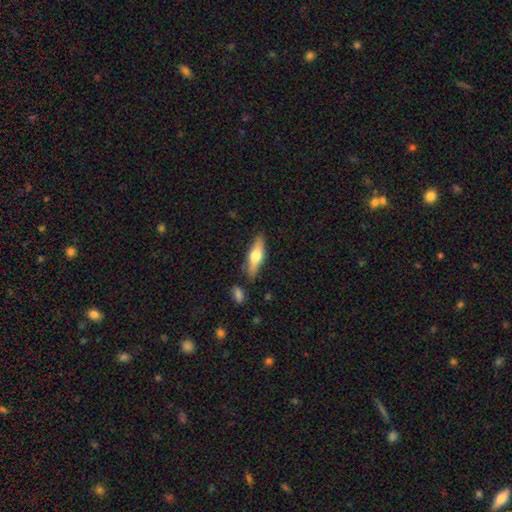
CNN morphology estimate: Q: Smooth or featured?
A: smooth (50%); runner-up: featured or disk (44%)
Q: Merging?
A: none (81%); runner-up: minor disturbance (12%)